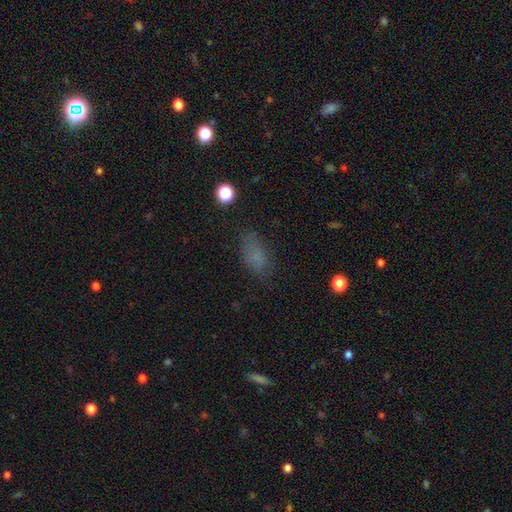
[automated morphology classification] Q: Smooth or featured?
A: smooth (74%); runner-up: star or artifact (16%)
Q: How rounded?
A: in between (88%); runner-up: round (7%)
Q: Merging?
A: none (69%); runner-up: minor disturbance (20%)